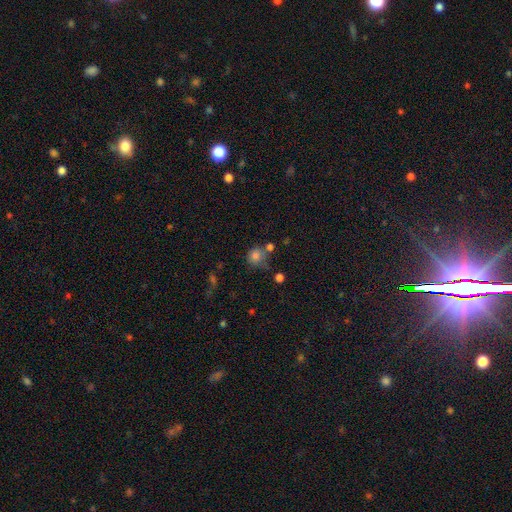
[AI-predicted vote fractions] smooth_or_featured: smooth (p=0.80) [alt: star or artifact p=0.12]
how_rounded: round (p=0.86) [alt: in between p=0.13]
merging: none (p=0.59) [alt: minor disturbance p=0.17]